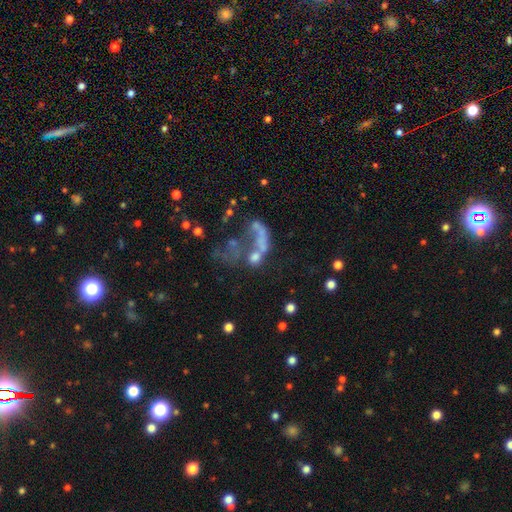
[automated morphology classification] Q: Smooth or featured?
A: featured or disk (45%); runner-up: smooth (33%)
Q: Merging?
A: merger (40%); runner-up: major disturbance (32%)